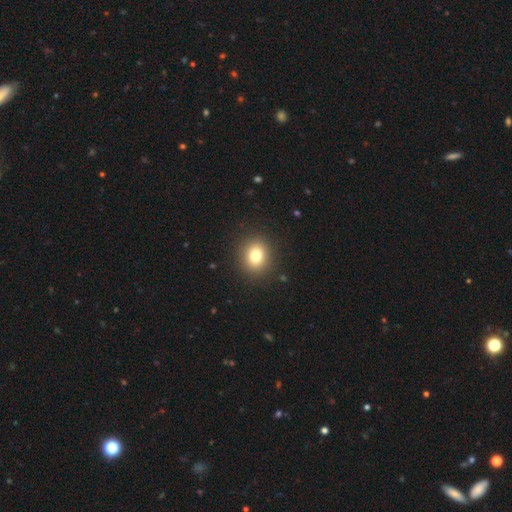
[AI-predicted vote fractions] Smooth or featured?
  - smooth: 79% *
  - star or artifact: 12%
  - featured or disk: 9%
How rounded?
  - round: 73% *
  - in between: 26%
  - cigar-shaped: 1%
Merging?
  - none: 91% *
  - minor disturbance: 6%
  - major disturbance: 2%
  - merger: 1%